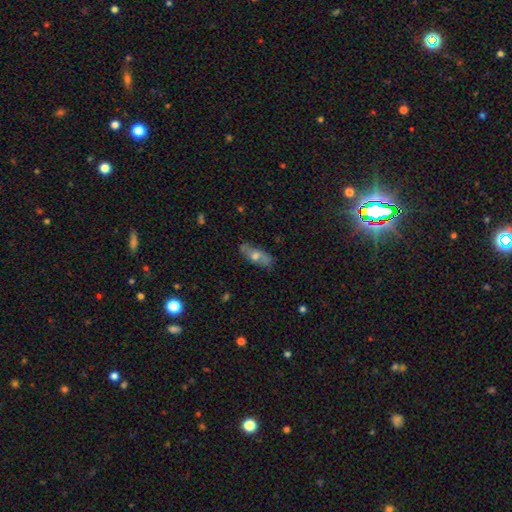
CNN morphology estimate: This appears to be a smooth galaxy with no disk features (48%). Merging: none (80%).